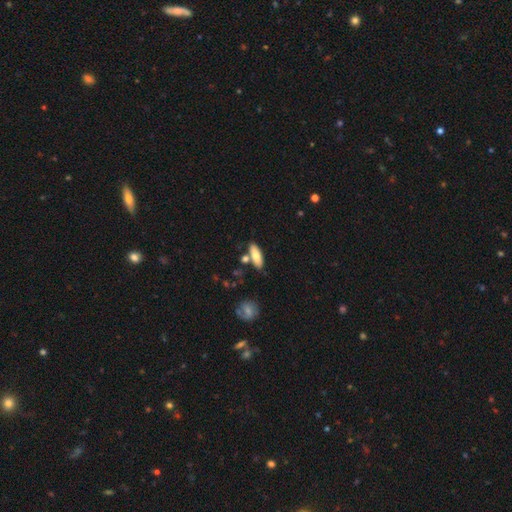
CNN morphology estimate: Smooth or featured? Predicted: smooth (p=0.72). How rounded? Predicted: in between (p=0.68). Merging? Predicted: none (p=0.72).